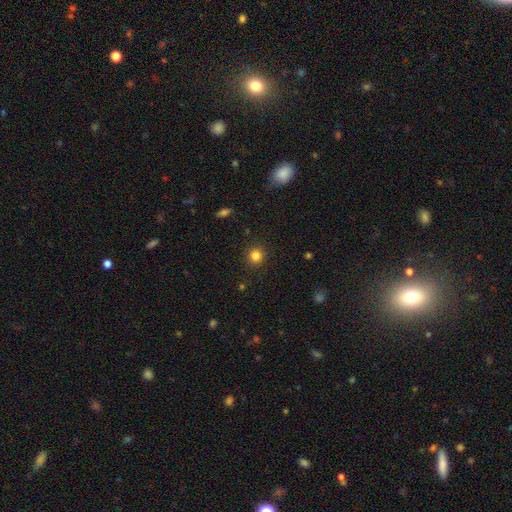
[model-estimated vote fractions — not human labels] Overall: smooth (83%). How rounded: round (92%). Merging: none (91%).